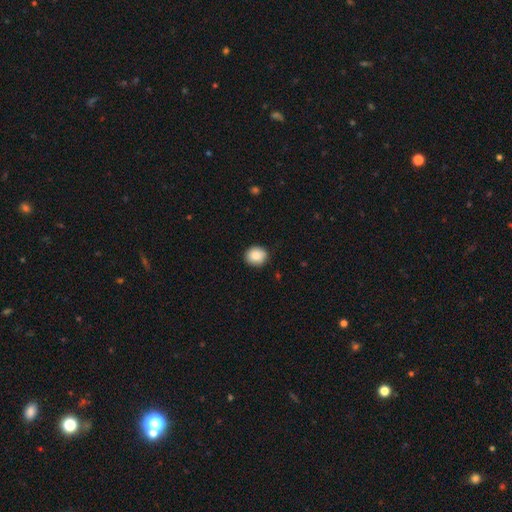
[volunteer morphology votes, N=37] Smooth or featured: smooth — 92% (star or artifact — 5%)
How rounded: round — 82% (in between — 18%)
Merging: none — 97% (merger — 3%)